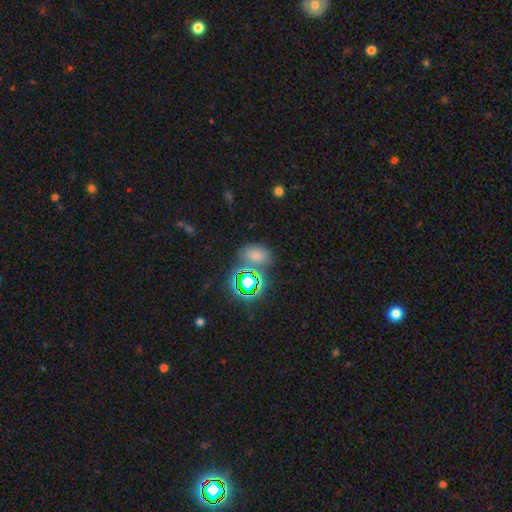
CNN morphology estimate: Q: Smooth or featured?
A: smooth (61%); runner-up: star or artifact (31%)
Q: How rounded?
A: in between (74%); runner-up: round (25%)
Q: Merging?
A: none (63%); runner-up: merger (16%)